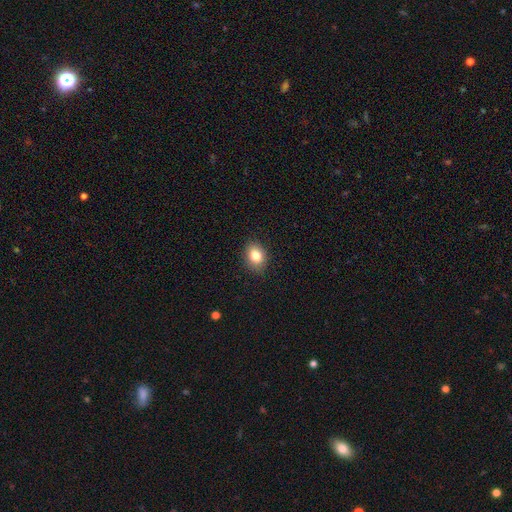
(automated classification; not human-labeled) Morphology: type=smooth (81%); roundness=in between (61%); merging=none (87%).